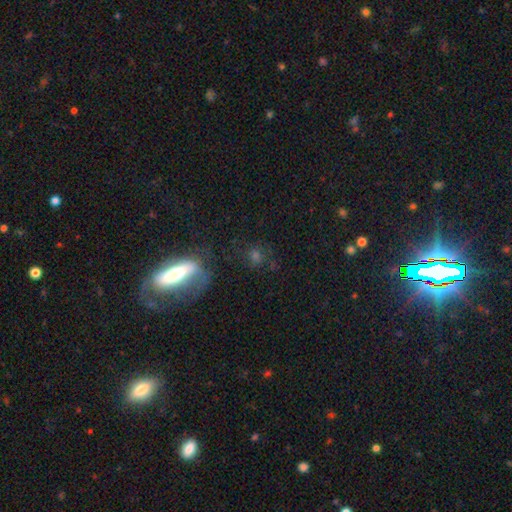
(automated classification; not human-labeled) smooth-or-featured: smooth: 49% | featured or disk: 28% | star or artifact: 24%
  merging: none: 63% | minor disturbance: 16% | major disturbance: 15% | merger: 6%